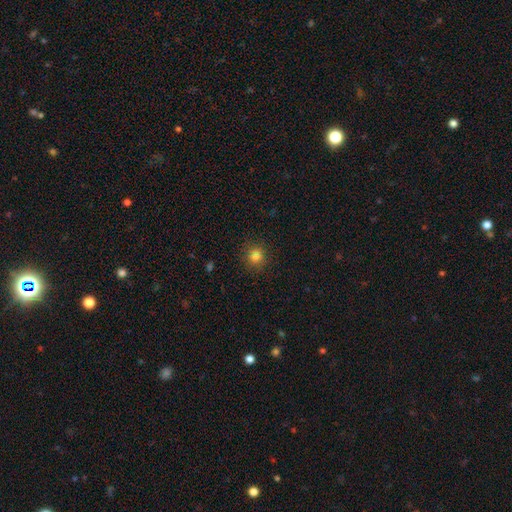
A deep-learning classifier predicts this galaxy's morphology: smooth-or-featured: smooth: 76% | star or artifact: 16% | featured or disk: 7%
  how-rounded: round: 88% | in between: 11% | cigar-shaped: 1%
  merging: none: 85% | minor disturbance: 9% | merger: 4% | major disturbance: 3%